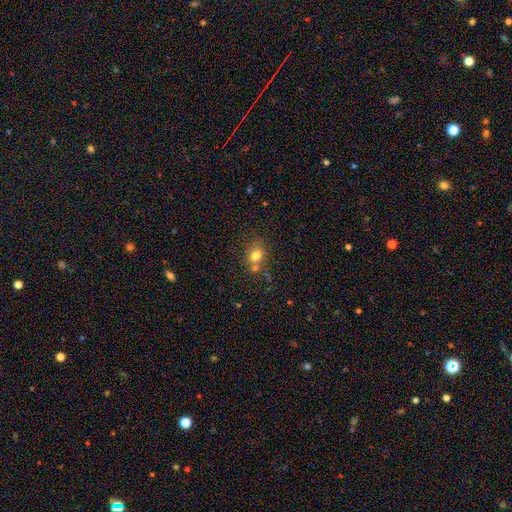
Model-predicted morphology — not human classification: A smooth galaxy with no disk features (76%) that is in between round and cigar-shaped (54%).

Vote fractions:
- Smooth or featured? smooth: 76% / star or artifact: 13% / featured or disk: 11%
- How rounded? in between: 54% / round: 45% / cigar-shaped: 1%
- Merging? none: 56% / merger: 24% / minor disturbance: 15% / major disturbance: 5%